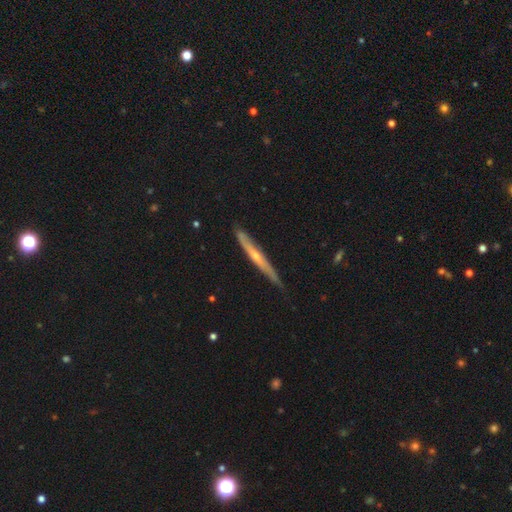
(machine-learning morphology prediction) A featured or disk galaxy (68%) viewed edge-on (94%) with a rounded central bulge (67%).

Vote fractions:
- Smooth or featured? featured or disk: 68% / smooth: 26% / star or artifact: 6%
- Edge-on disk? yes: 94% / no: 6%
- Edge-on bulge? rounded: 67% / none: 30% / boxy: 3%
- Merging? none: 76% / minor disturbance: 20% / major disturbance: 3% / merger: 2%